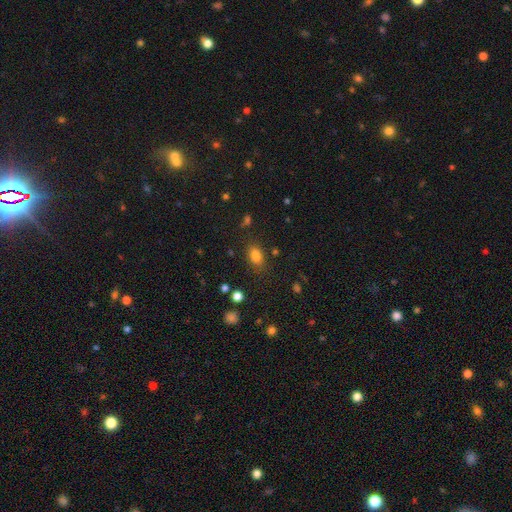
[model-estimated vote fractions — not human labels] The model was most divided on "how rounded": in between: 77%, round: 21%, cigar-shaped: 2%. More confident: smooth or featured — smooth (80%); merging — none (80%).